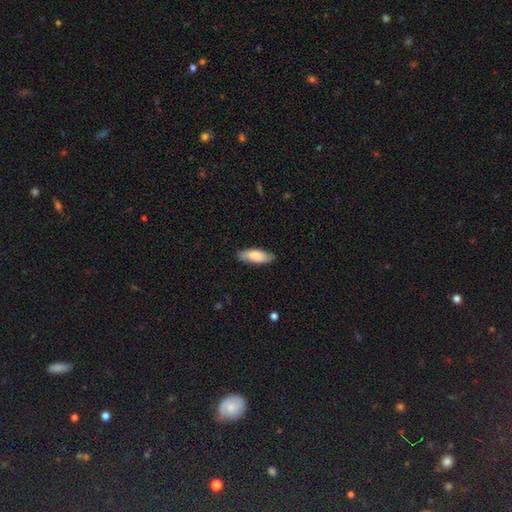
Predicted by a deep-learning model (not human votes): A smooth galaxy with no disk features (81%) that is in between round and cigar-shaped (68%).

Vote fractions:
- Smooth or featured? smooth: 81% / featured or disk: 14% / star or artifact: 5%
- How rounded? in between: 68% / cigar-shaped: 31% / round: 2%
- Merging? none: 85% / minor disturbance: 12% / major disturbance: 2% / merger: 1%